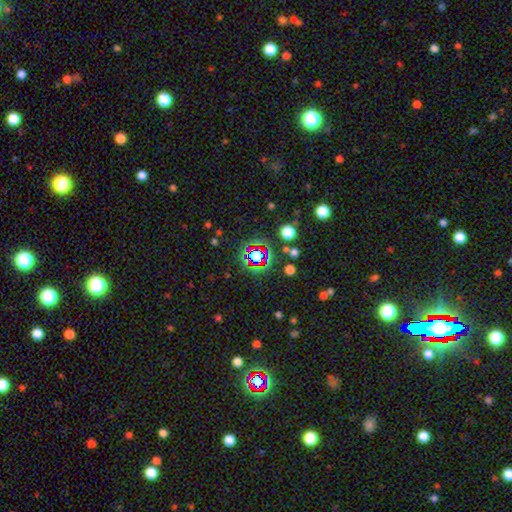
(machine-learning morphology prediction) Smooth or featured: star or artifact — 61% (smooth — 27%)